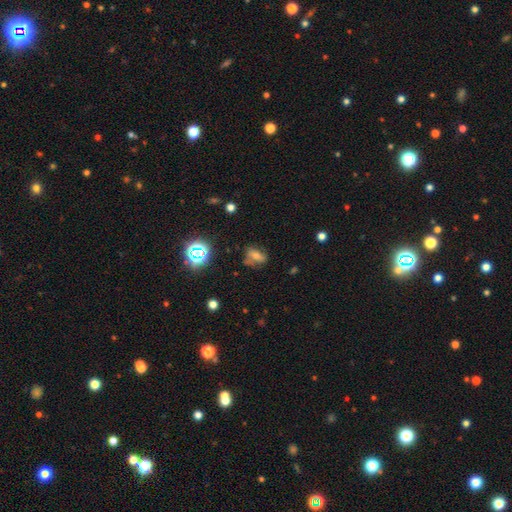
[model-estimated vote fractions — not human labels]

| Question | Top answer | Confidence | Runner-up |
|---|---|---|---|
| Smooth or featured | smooth | 48% | featured or disk (27%) |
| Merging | none | 57% | minor disturbance (26%) |